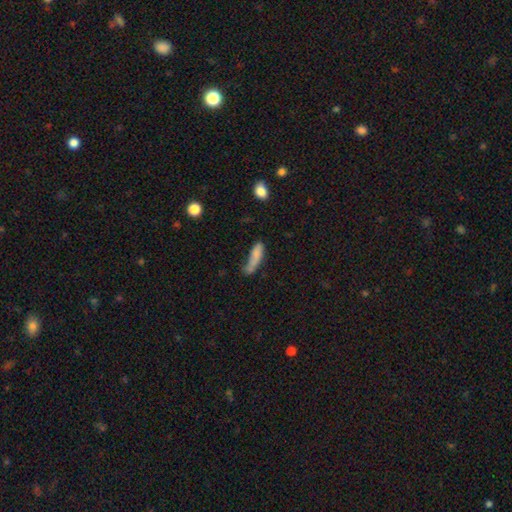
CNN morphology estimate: Smooth or featured: smooth — 75% (featured or disk — 16%)
How rounded: cigar-shaped — 56% (in between — 41%)
Merging: none — 35% (minor disturbance — 27%)